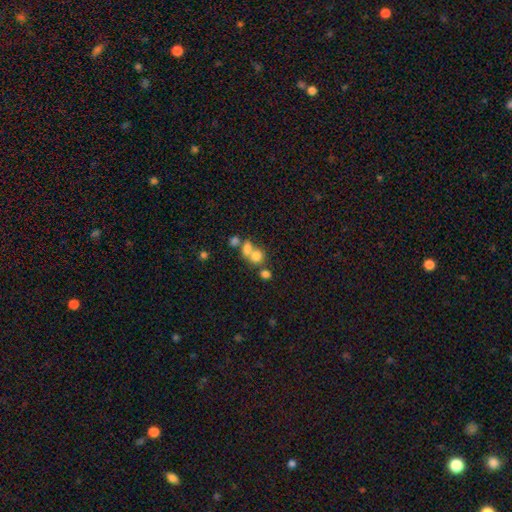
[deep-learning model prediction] Smooth or featured? Predicted: smooth (p=0.73). How rounded? Predicted: round (p=0.67). Merging? Predicted: merger (p=0.53).